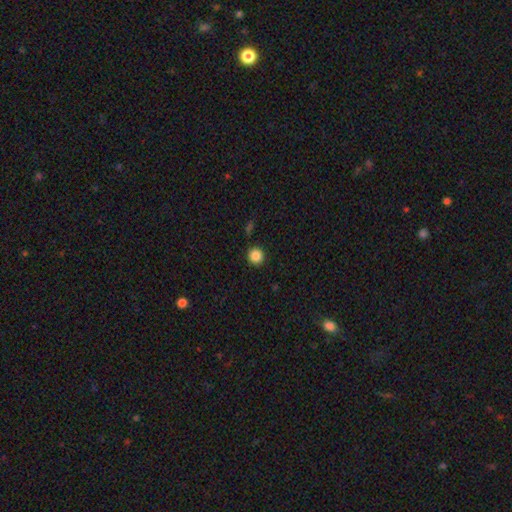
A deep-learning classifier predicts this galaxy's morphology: This is clearly a smooth galaxy (86%). How rounded: clearly round (94%). Merging: clearly none (90%).